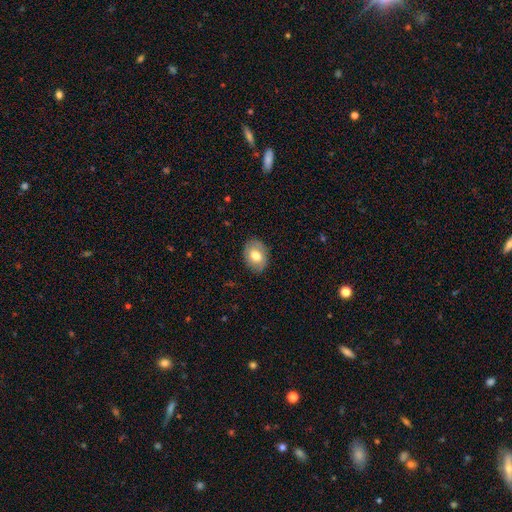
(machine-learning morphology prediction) A smooth galaxy with no disk features (72%) that is in between round and cigar-shaped (68%).

Vote fractions:
- Smooth or featured? smooth: 72% / featured or disk: 20% / star or artifact: 7%
- How rounded? in between: 68% / round: 31% / cigar-shaped: 1%
- Merging? none: 85% / minor disturbance: 12% / major disturbance: 3% / merger: 1%